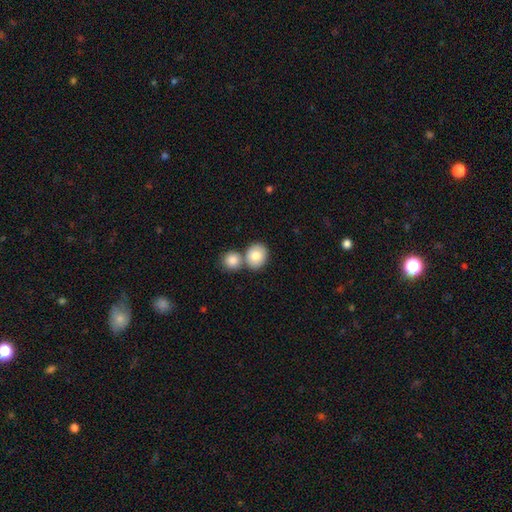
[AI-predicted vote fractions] Smooth or featured?
  - smooth: 82% *
  - featured or disk: 11%
  - star or artifact: 7%
How rounded?
  - round: 69% *
  - in between: 30%
  - cigar-shaped: 1%
Merging?
  - none: 52% *
  - merger: 38%
  - minor disturbance: 8%
  - major disturbance: 3%